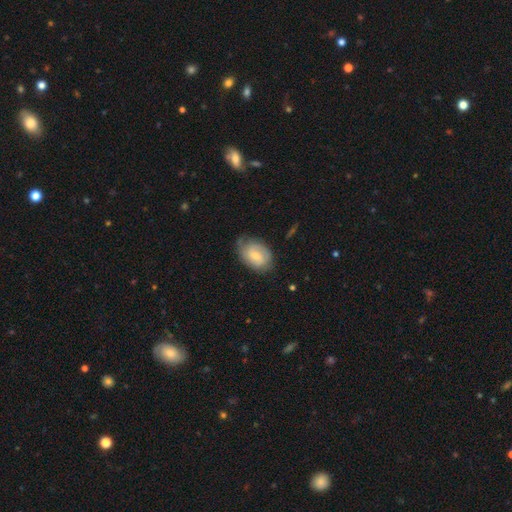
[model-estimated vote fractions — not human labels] smooth-or-featured: smooth: 52% | featured or disk: 42% | star or artifact: 7%
  how-rounded: in between: 78% | round: 20% | cigar-shaped: 1%
  merging: none: 59% | minor disturbance: 30% | major disturbance: 9% | merger: 2%